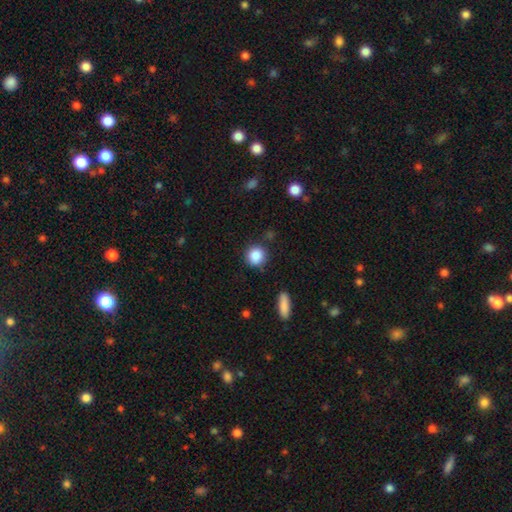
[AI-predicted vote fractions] This appears to be a smooth galaxy with no disk features (87%) that is round (89%). Merging: none (82%).